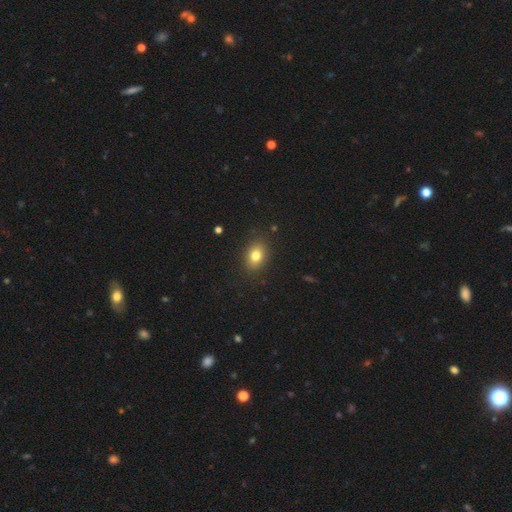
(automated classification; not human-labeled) smooth 80%, star or artifact 11%, featured or disk 9%. Down the decision tree: how rounded — in between (69%); merging — none (88%).